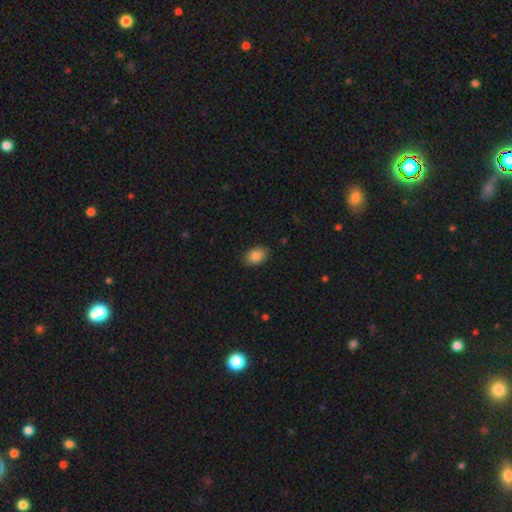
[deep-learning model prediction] This appears to be a smooth galaxy with no disk features (85%) that is in between round and cigar-shaped (81%). Merging: none (87%).